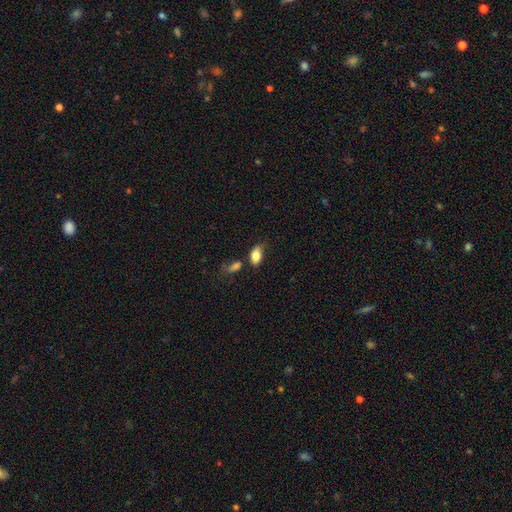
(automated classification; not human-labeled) smooth 80%, featured or disk 12%, star or artifact 8%. Down the decision tree: how rounded — in between (88%); merging — none (44%).